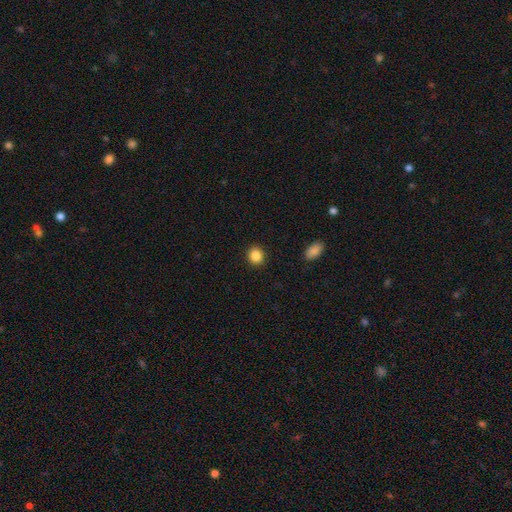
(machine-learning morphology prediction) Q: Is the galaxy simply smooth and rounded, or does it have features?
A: smooth — 87%.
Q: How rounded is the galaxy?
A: round — 82%.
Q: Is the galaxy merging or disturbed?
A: none — 92%.